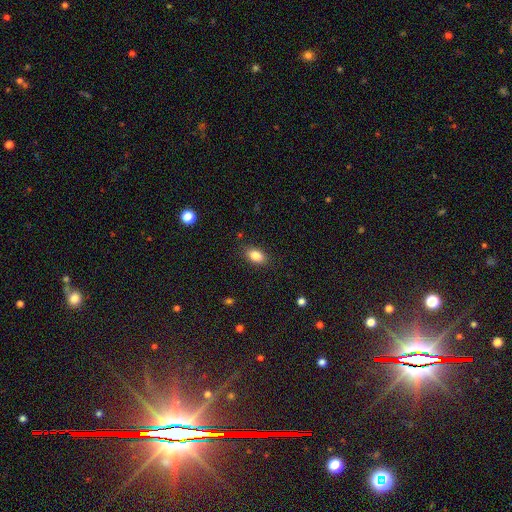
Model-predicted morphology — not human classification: smooth-or-featured: smooth: 85% | star or artifact: 9% | featured or disk: 6%
  how-rounded: in between: 88% | round: 9% | cigar-shaped: 2%
  merging: none: 86% | minor disturbance: 10% | major disturbance: 3% | merger: 1%